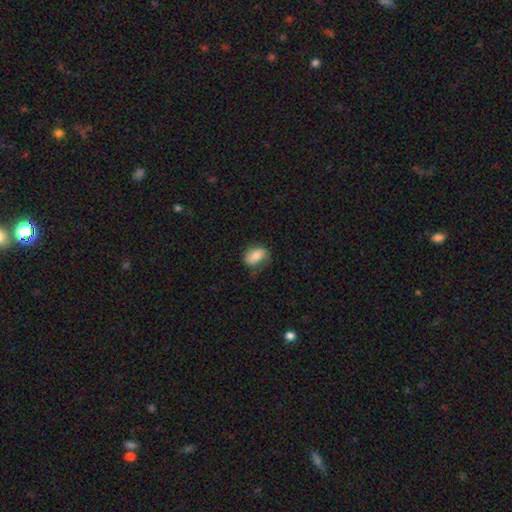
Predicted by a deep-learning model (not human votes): smooth 74%, featured or disk 19%, star or artifact 8%. Down the decision tree: how rounded — in between (87%); merging — none (62%).